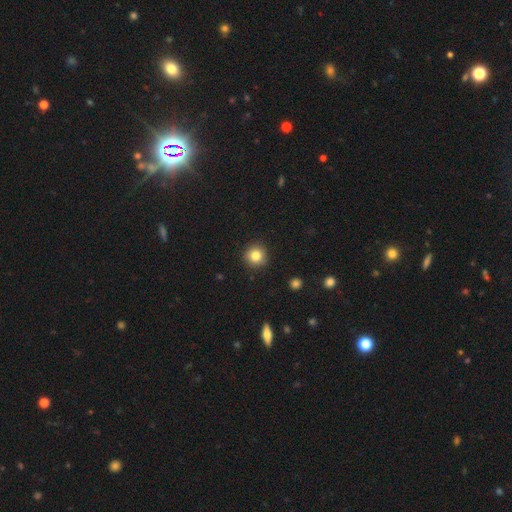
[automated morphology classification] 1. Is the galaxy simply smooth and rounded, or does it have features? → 82% smooth, 10% star or artifact, 7% featured or disk.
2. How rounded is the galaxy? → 93% round, 6% in between, 1% cigar-shaped.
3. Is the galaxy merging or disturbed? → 89% none, 8% minor disturbance, 2% major disturbance, 1% merger.